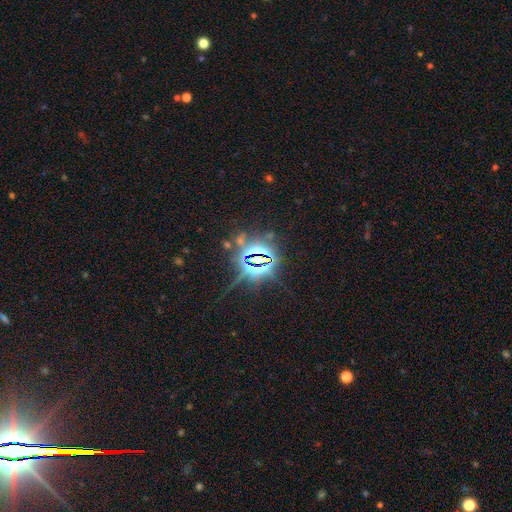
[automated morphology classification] A star or artifact, not a galaxy (84%).

Vote fractions:
- Smooth or featured? star or artifact: 84% / smooth: 8% / featured or disk: 8%